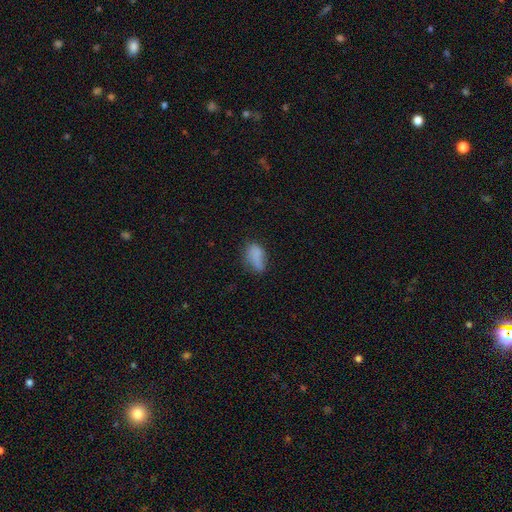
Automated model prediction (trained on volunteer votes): smooth_or_featured: smooth (p=0.78) [alt: featured or disk p=0.12]
how_rounded: in between (p=0.88) [alt: round p=0.06]
merging: none (p=0.49) [alt: minor disturbance p=0.31]